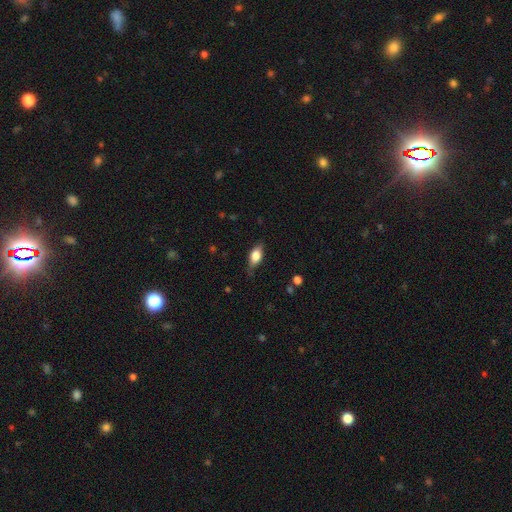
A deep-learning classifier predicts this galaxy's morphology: Smooth or featured?
  - smooth: 67% *
  - featured or disk: 25%
  - star or artifact: 7%
How rounded?
  - in between: 82% *
  - cigar-shaped: 11%
  - round: 7%
Merging?
  - none: 75% *
  - minor disturbance: 20%
  - major disturbance: 4%
  - merger: 1%